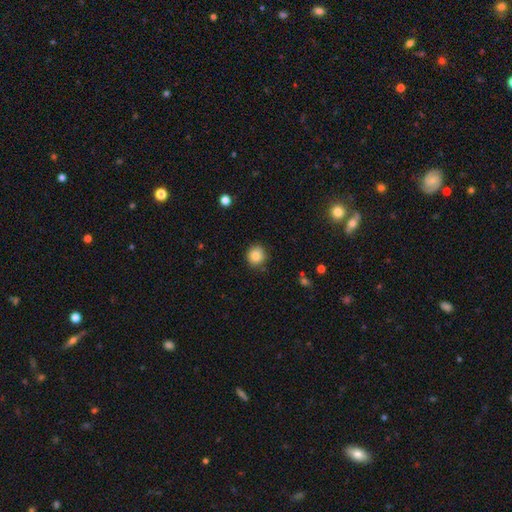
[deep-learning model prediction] Smooth or featured? Predicted: smooth (p=0.84). How rounded? Predicted: round (p=0.91). Merging? Predicted: none (p=0.87).